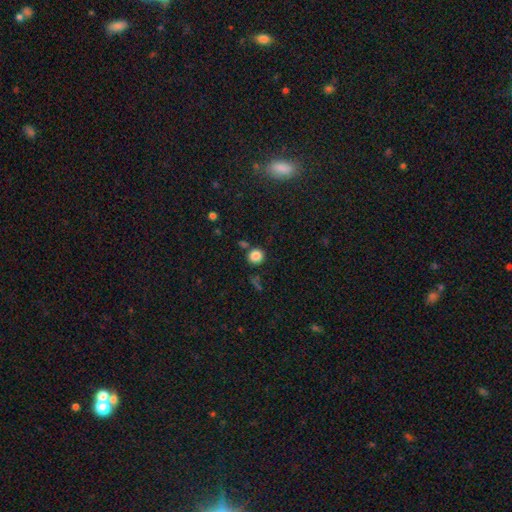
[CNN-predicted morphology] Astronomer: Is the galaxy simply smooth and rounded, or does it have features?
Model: smooth — 85%.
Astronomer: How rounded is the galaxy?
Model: round — 90%.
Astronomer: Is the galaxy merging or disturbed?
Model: none — 80%.